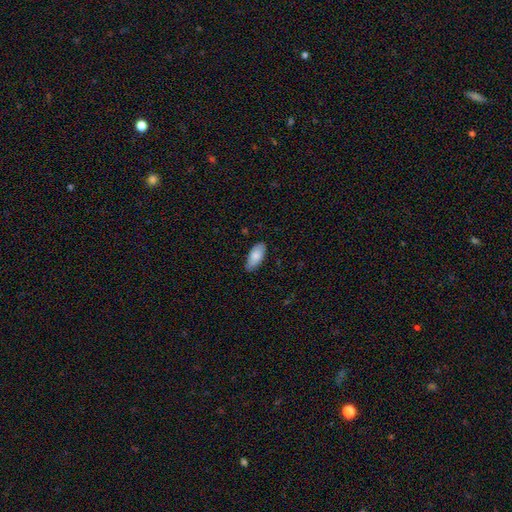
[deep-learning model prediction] Smooth or featured? smooth (85%)
How rounded? in between (90%)
Merging? none (81%)